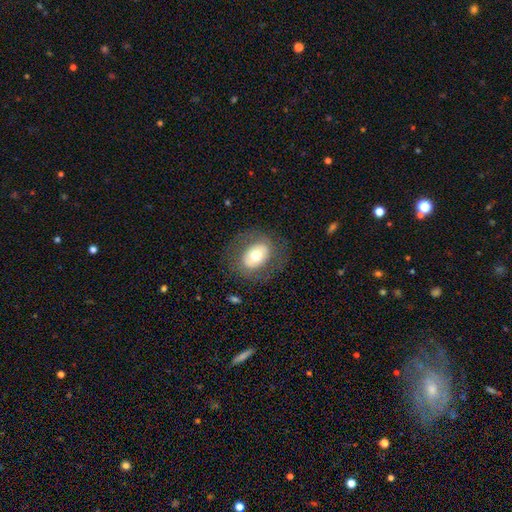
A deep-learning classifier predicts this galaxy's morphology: Overall: smooth (57%; featured or disk 35%). How rounded: in between (68%; round 31%). Merging: none (75%).